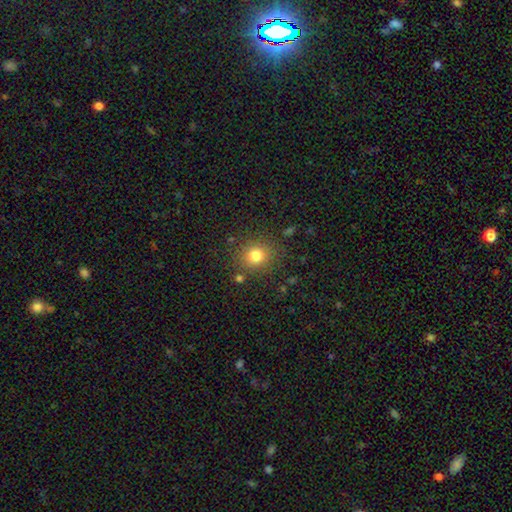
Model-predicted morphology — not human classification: Smooth or featured? smooth (79%)
How rounded? round (84%)
Merging? none (84%)